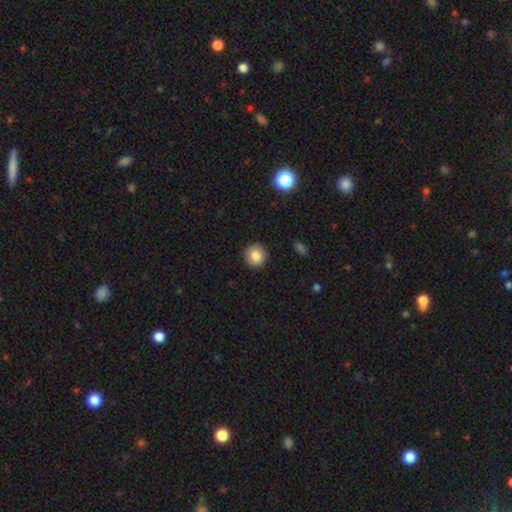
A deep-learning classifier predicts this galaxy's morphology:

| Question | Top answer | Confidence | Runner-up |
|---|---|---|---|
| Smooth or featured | smooth | 85% | star or artifact (9%) |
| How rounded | round | 93% | in between (6%) |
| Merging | none | 92% | minor disturbance (6%) |